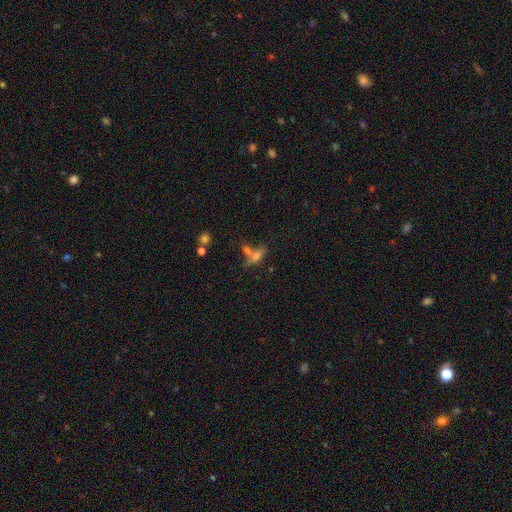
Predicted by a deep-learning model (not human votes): Smooth or featured? Predicted: smooth (p=0.51). How rounded? Predicted: in between (p=0.49). Merging? Predicted: none (p=0.45).